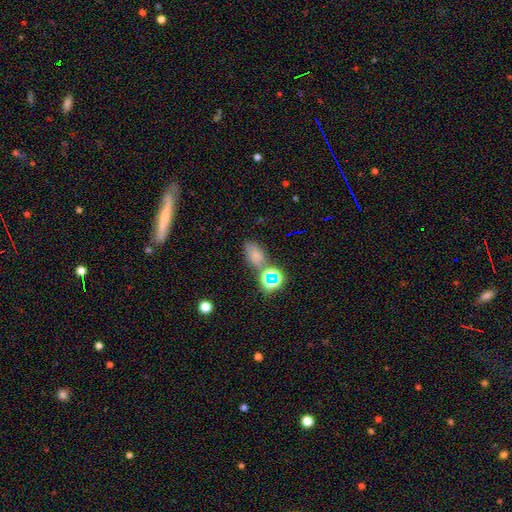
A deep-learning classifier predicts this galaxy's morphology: Overall: smooth (64%; star or artifact 25%). How rounded: in between (83%). Merging: none (60%).